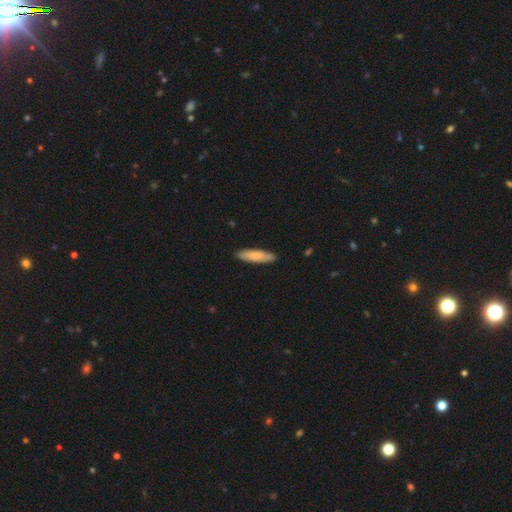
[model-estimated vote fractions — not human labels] A smooth galaxy with no disk features (76%) that is cigar-shaped (69%). Merging: none (86%).